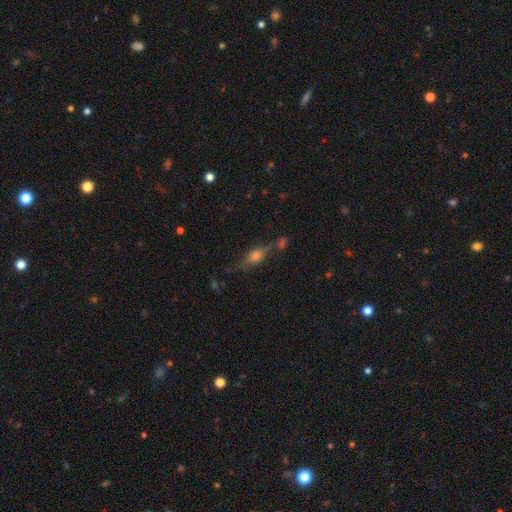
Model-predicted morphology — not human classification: This appears to be a featured or disk galaxy (46%). Merging: none (63%).